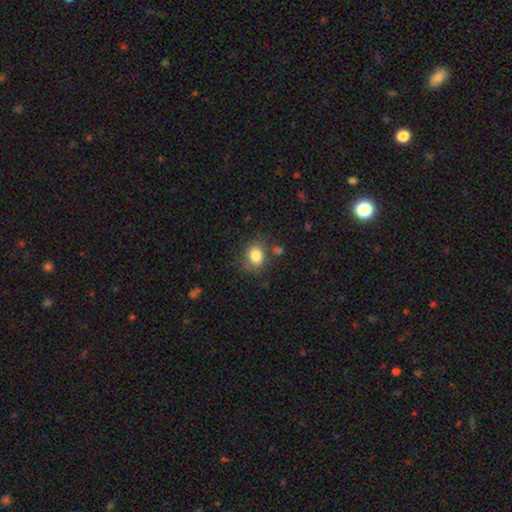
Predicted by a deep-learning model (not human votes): Smooth or featured: smooth — 83% (star or artifact — 10%)
How rounded: round — 51% (in between — 48%)
Merging: none — 73% (minor disturbance — 16%)